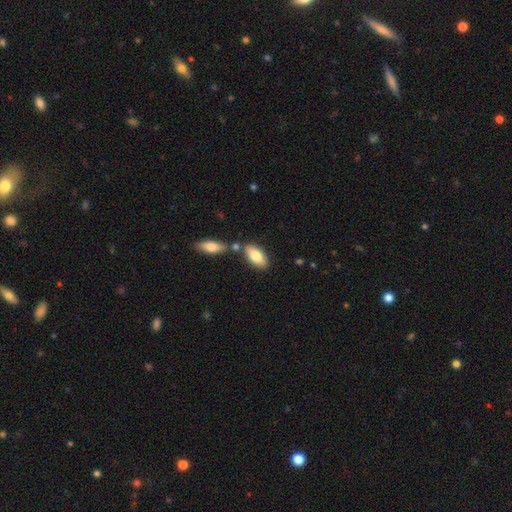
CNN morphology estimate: type=smooth (77%); roundness=in between (88%); merging=none (69%).